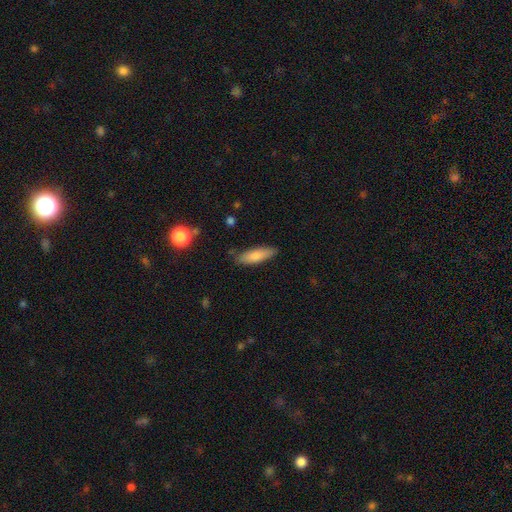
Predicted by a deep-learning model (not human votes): This is likely a smooth galaxy (79%). How rounded: possibly cigar-shaped (53%). Merging: clearly none (83%).